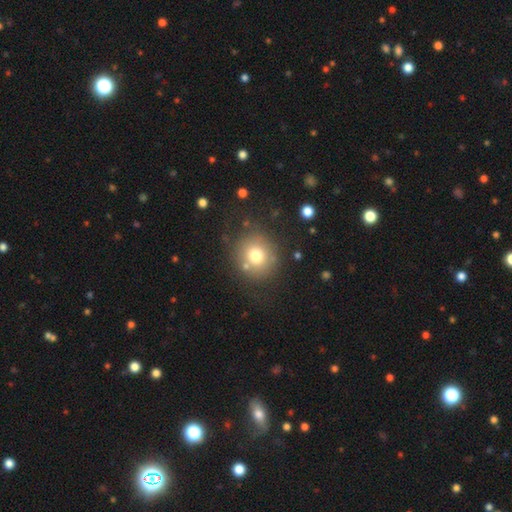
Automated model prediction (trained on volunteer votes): Smooth or featured? smooth (73%)
How rounded? round (86%)
Merging? none (76%)